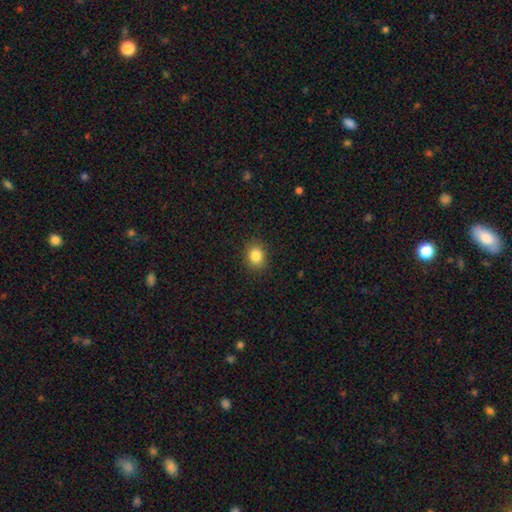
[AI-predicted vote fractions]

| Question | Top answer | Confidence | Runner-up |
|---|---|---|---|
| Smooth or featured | smooth | 84% | star or artifact (10%) |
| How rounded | round | 61% | in between (38%) |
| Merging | none | 88% | minor disturbance (8%) |